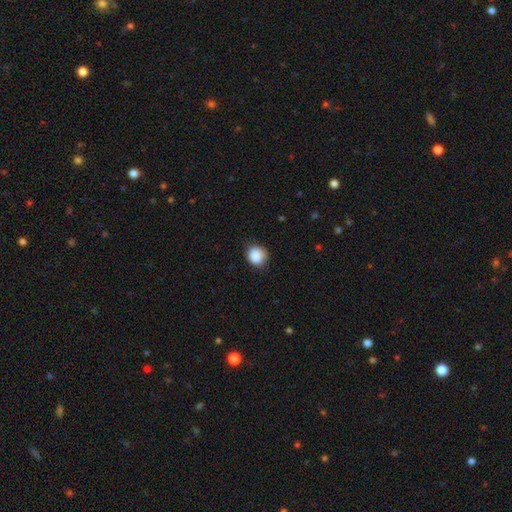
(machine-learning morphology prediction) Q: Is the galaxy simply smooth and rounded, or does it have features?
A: smooth — 87%.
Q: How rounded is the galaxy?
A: round — 74%.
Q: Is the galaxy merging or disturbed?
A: none — 78%.